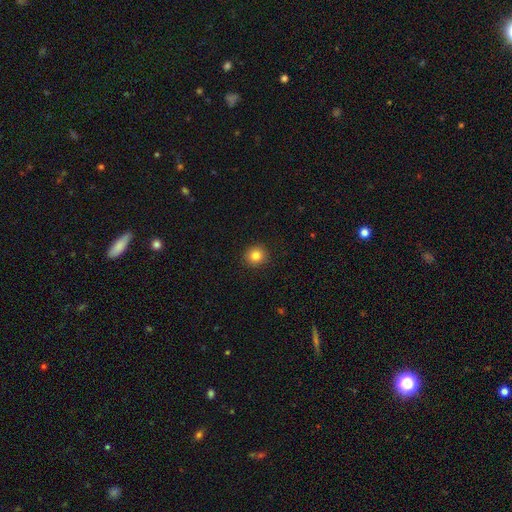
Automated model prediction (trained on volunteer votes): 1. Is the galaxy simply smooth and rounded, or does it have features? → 83% smooth, 11% star or artifact, 6% featured or disk.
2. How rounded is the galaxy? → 90% round, 9% in between, 1% cigar-shaped.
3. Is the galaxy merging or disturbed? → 92% none, 6% minor disturbance, 2% major disturbance, 1% merger.